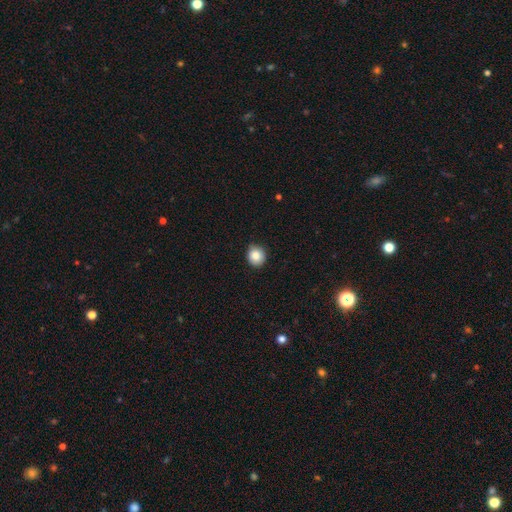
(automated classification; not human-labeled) Smooth or featured? Predicted: smooth (p=0.86). How rounded? Predicted: round (p=0.87). Merging? Predicted: none (p=0.87).